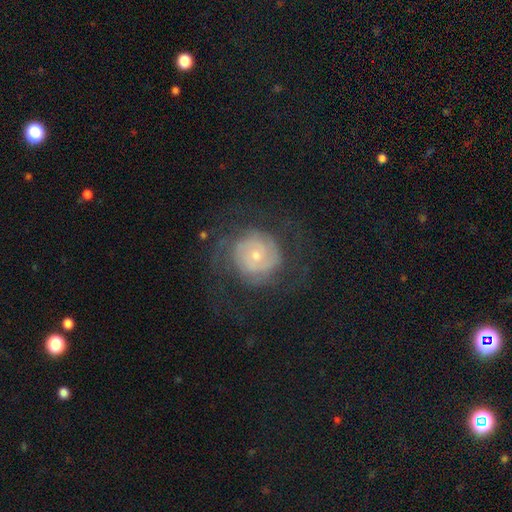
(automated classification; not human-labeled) smooth_or_featured: featured or disk (p=0.72) [alt: smooth p=0.20]
disk_edge_on: no (p=0.98) [alt: yes p=0.02]
bar: no (p=0.77) [alt: weak p=0.20]
has_spiral_arms: yes (p=0.87) [alt: no p=0.13]
spiral_winding: tight (p=0.61) [alt: medium p=0.28]
spiral_arm_count: 2 (p=0.41) [alt: can't tell p=0.35]
bulge_size: small (p=0.65) [alt: moderate p=0.30]
merging: none (p=0.67) [alt: major disturbance p=0.17]